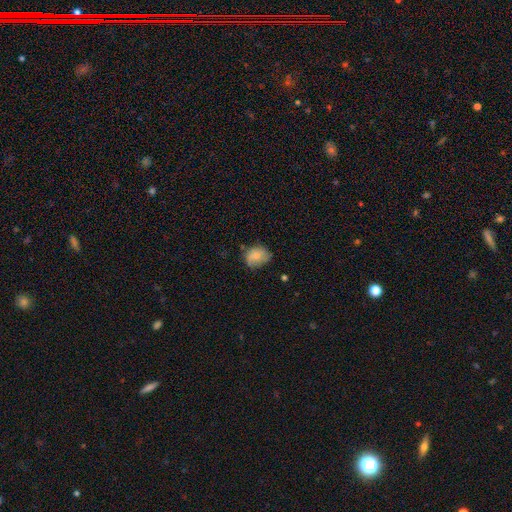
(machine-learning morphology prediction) Smooth or featured: smooth — 73% (featured or disk — 18%)
How rounded: round — 50% (in between — 49%)
Merging: none — 56% (minor disturbance — 32%)